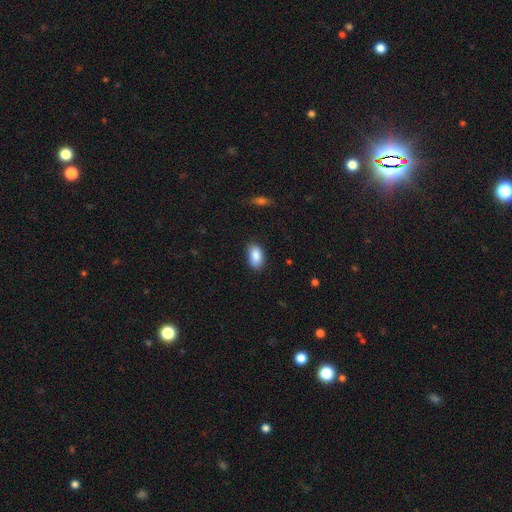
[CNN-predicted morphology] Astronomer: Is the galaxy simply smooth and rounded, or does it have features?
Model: smooth — 88%.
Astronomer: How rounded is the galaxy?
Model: in between — 93%.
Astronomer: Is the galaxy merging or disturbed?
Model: none — 79%.